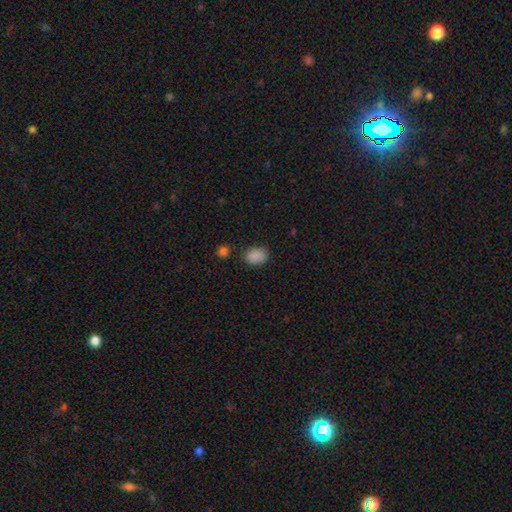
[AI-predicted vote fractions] The model was most divided on "how rounded": in between: 76%, round: 23%, cigar-shaped: 1%. More confident: smooth or featured — smooth (87%); merging — none (79%).